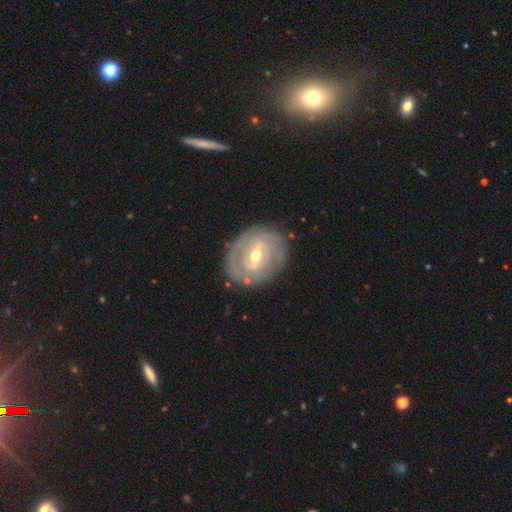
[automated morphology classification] type=featured or disk (79%); edge-on=no (95%); bar=weak (48%); spiral arms=yes (79%); winding=tight (70%); arm count=2 (39%); bulge=moderate (53%); merging=none (79%).